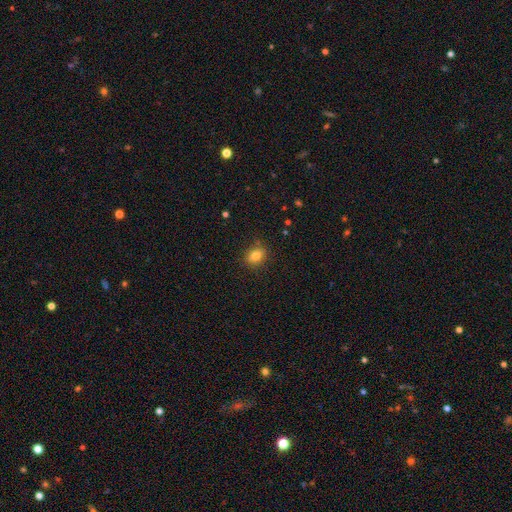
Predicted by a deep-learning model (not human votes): Morphology: type=smooth (81%); roundness=in between (61%); merging=none (86%).